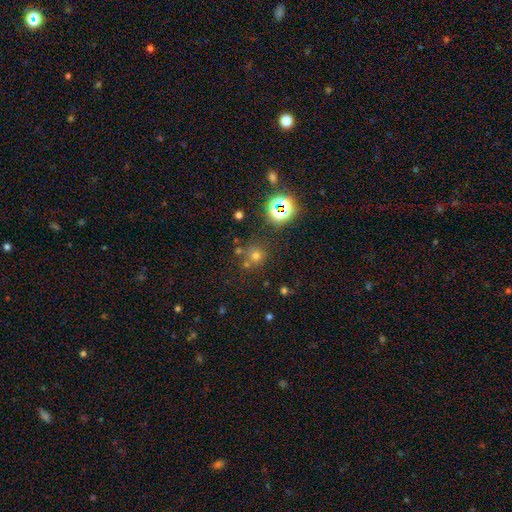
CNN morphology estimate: This appears to be a smooth galaxy with no disk features (58%) that is round (90%). Merging: none (70%).